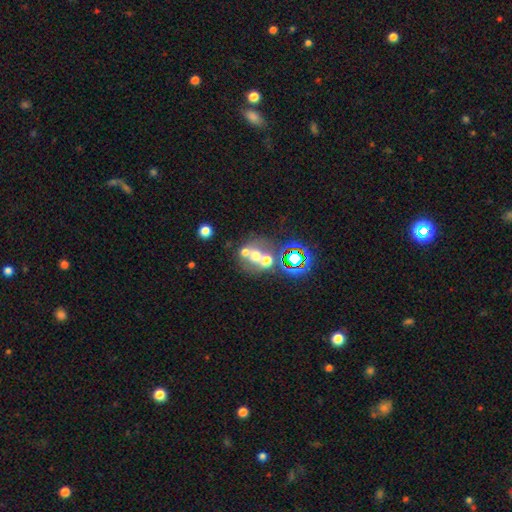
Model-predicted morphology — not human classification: Q: Smooth or featured?
A: smooth (46%); runner-up: featured or disk (27%)
Q: Merging?
A: merger (49%); runner-up: none (38%)